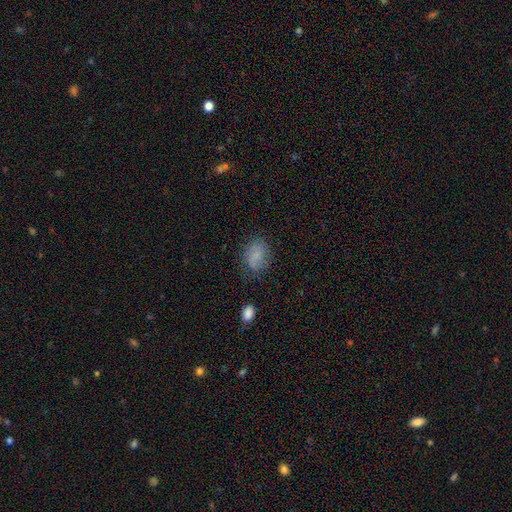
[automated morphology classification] This appears to be a smooth galaxy with no disk features (78%) that is in between round and cigar-shaped (70%). Merging: none (72%).